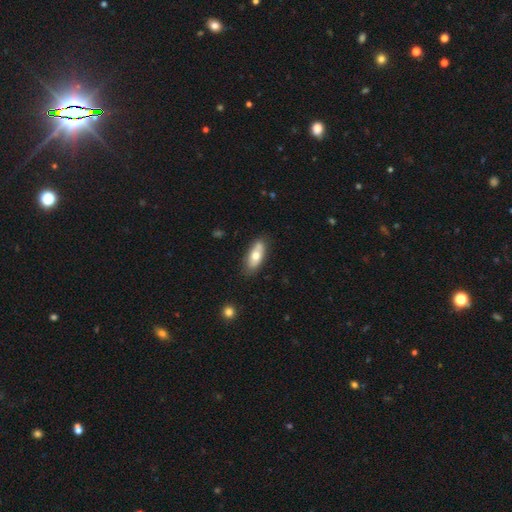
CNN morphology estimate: This appears to be a smooth galaxy with no disk features (66%) that is in between round and cigar-shaped (80%). Merging: none (76%).